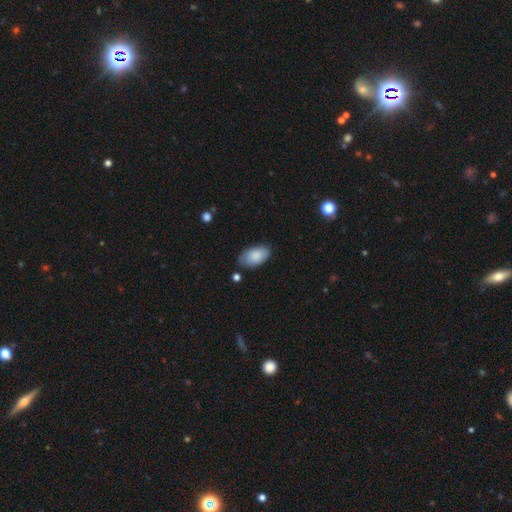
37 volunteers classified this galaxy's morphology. Smooth or featured? 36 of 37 (97%) said smooth. How rounded? 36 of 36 (100%) said in between. Merging? 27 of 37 (73%) said none.